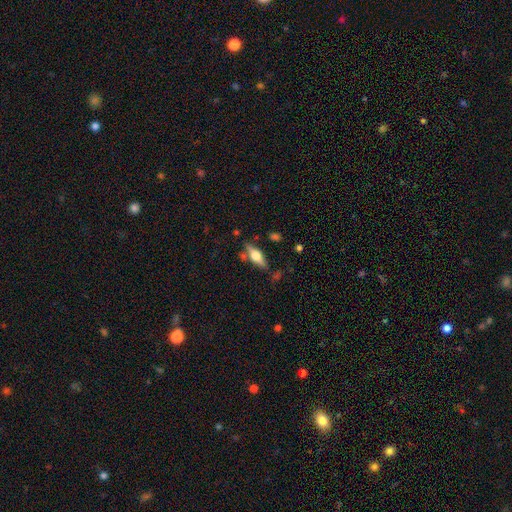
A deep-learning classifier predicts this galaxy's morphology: smooth_or_featured: featured or disk (p=0.53) [alt: smooth p=0.40]
disk_edge_on: yes (p=0.91) [alt: no p=0.09]
merging: none (p=0.74) [alt: minor disturbance p=0.15]